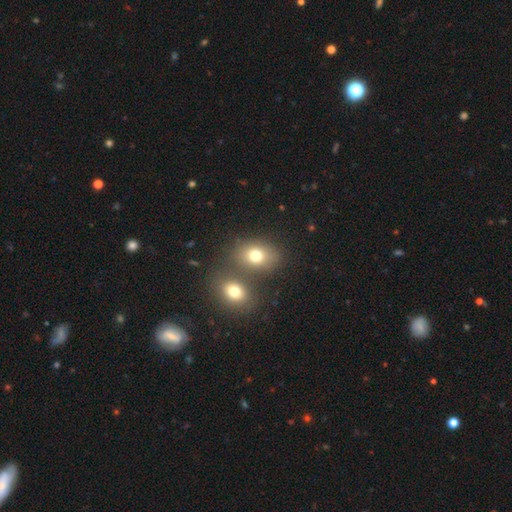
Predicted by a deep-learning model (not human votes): Morphology: type=smooth (74%); roundness=in between (56%); merging=none (55%).